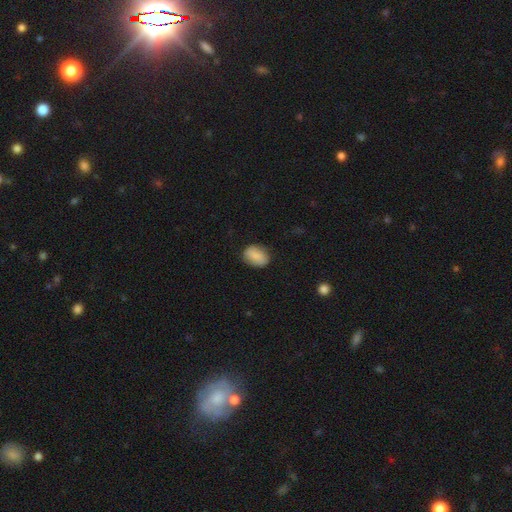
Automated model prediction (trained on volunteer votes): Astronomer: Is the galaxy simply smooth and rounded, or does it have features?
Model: smooth — 83%.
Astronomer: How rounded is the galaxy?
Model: in between — 71%.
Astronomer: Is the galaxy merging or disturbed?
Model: none — 83%.